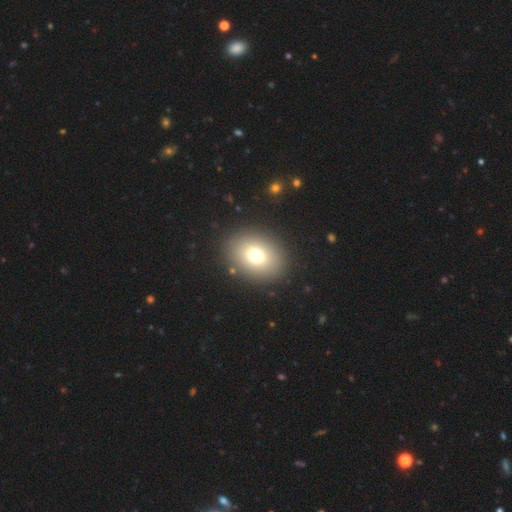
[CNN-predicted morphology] Smooth or featured? smooth (74%)
How rounded? in between (56%)
Merging? none (88%)